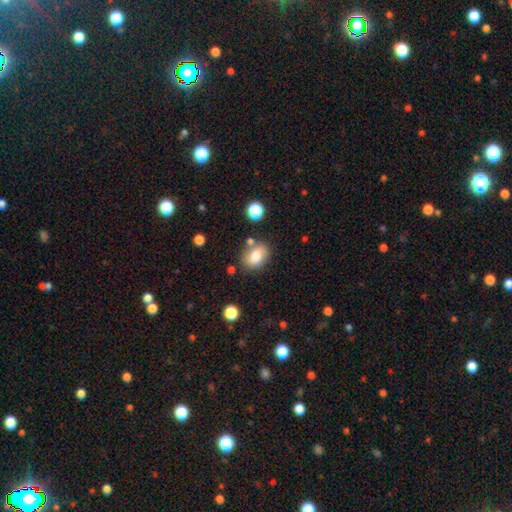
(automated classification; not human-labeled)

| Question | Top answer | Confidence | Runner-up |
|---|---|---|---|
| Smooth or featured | smooth | 75% | featured or disk (15%) |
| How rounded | in between | 65% | round (34%) |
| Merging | none | 66% | minor disturbance (18%) |